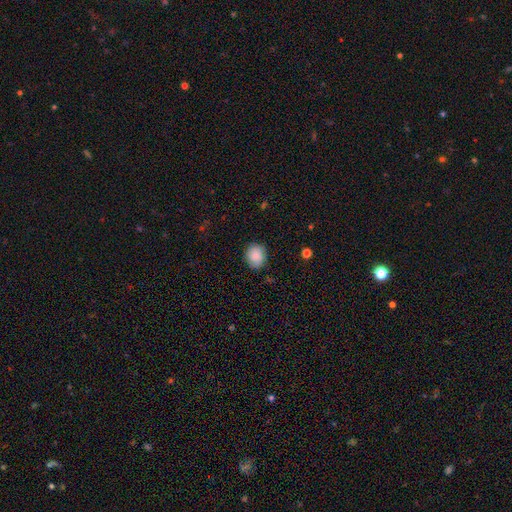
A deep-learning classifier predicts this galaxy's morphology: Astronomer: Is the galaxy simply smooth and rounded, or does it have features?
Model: smooth — 87%.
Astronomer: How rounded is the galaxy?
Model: round — 65%.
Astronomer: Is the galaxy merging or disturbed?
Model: none — 81%.